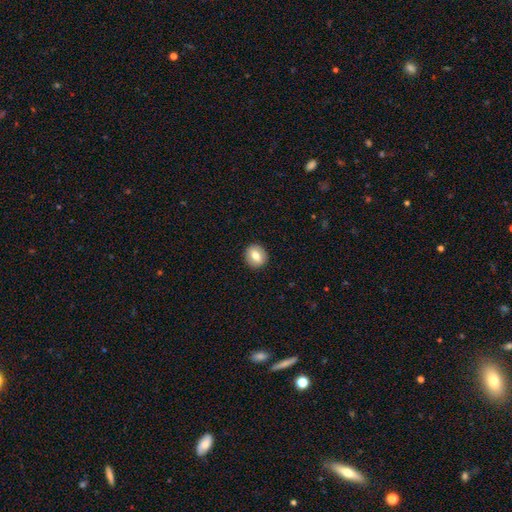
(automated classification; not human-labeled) Smooth or featured: smooth — 72% (featured or disk — 20%)
How rounded: round — 78% (in between — 21%)
Merging: none — 91% (minor disturbance — 6%)